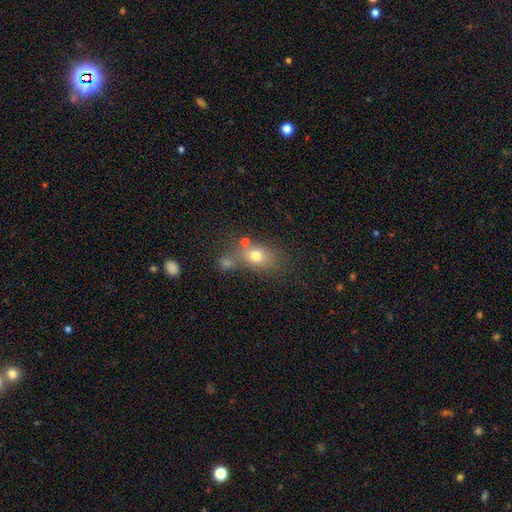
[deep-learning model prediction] smooth 71%, featured or disk 15%, star or artifact 14%. Down the decision tree: how rounded — in between (63%); merging — none (51%).